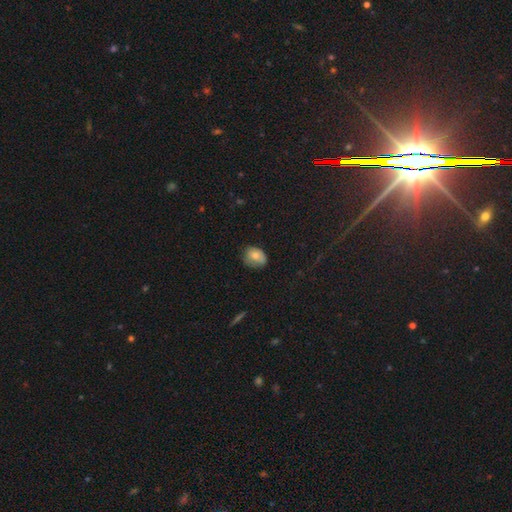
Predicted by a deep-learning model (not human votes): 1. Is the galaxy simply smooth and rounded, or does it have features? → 77% smooth, 14% featured or disk, 9% star or artifact.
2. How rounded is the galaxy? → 57% in between, 42% round, 1% cigar-shaped.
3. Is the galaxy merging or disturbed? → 56% none, 34% minor disturbance, 9% major disturbance, 2% merger.